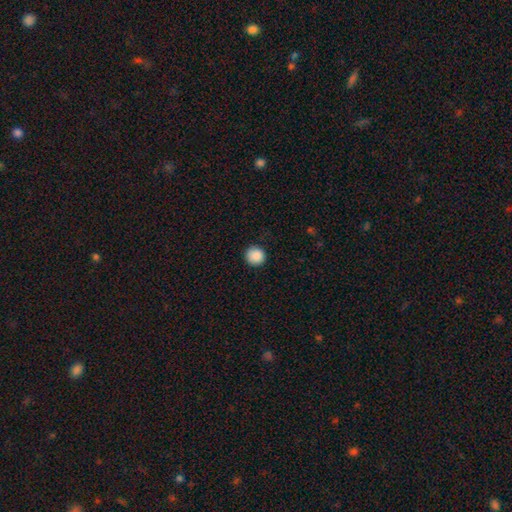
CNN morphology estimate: A smooth galaxy with no disk features (89%) that is round (94%). Merging: none (91%).